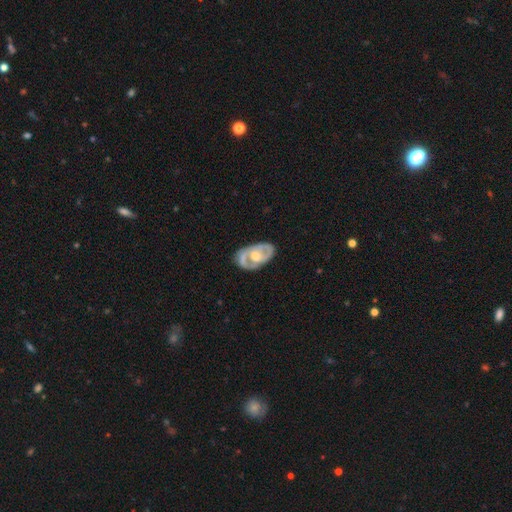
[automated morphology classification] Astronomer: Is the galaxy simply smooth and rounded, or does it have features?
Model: featured or disk — 72%.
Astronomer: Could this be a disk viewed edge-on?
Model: no — 92%.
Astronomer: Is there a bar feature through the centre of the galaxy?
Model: no — 68%.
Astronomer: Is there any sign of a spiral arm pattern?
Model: yes — 55% (runner-up: no, 45%).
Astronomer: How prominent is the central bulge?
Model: moderate — 67%.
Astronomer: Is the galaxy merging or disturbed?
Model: none — 74%.